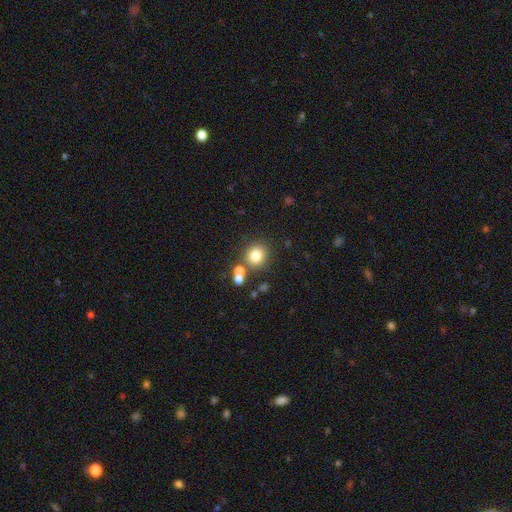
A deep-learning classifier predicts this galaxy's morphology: smooth-or-featured: smooth: 80% | star or artifact: 12% | featured or disk: 8%
  how-rounded: round: 84% | in between: 15% | cigar-shaped: 1%
  merging: none: 73% | merger: 15% | minor disturbance: 9% | major disturbance: 4%